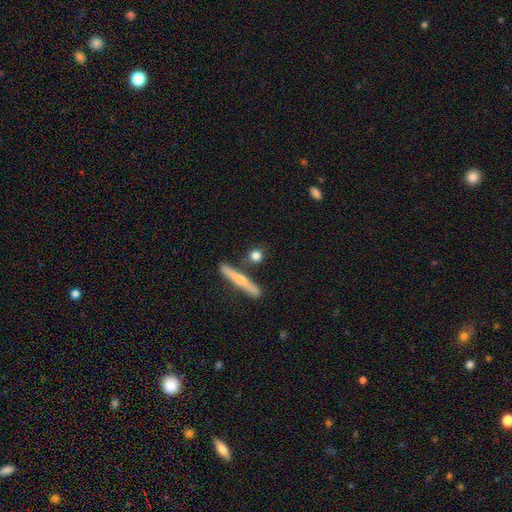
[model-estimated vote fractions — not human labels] Smooth or featured?
  - smooth: 72% *
  - featured or disk: 20%
  - star or artifact: 8%
How rounded?
  - round: 62% *
  - cigar-shaped: 24%
  - in between: 15%
Merging?
  - none: 78% *
  - minor disturbance: 10%
  - merger: 9%
  - major disturbance: 3%